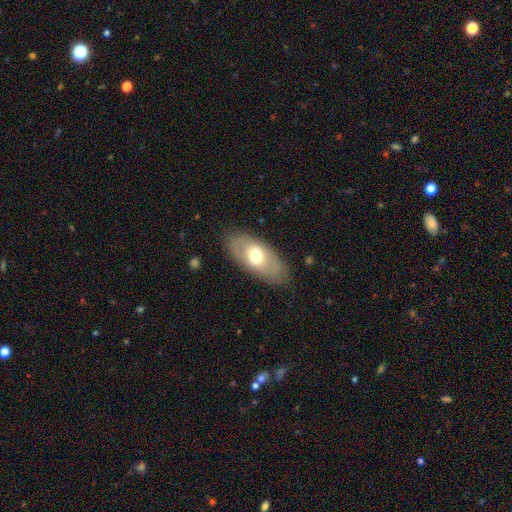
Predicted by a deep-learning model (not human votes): This is possibly a smooth galaxy (56%). How rounded: clearly in between (90%). Merging: clearly none (81%).